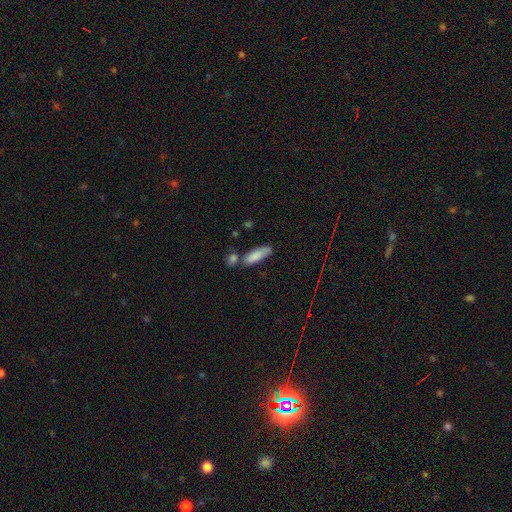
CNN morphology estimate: smooth_or_featured: smooth (p=0.83) [alt: featured or disk p=0.10]
how_rounded: in between (p=0.52) [alt: cigar-shaped p=0.46]
merging: none (p=0.61) [alt: minor disturbance p=0.18]